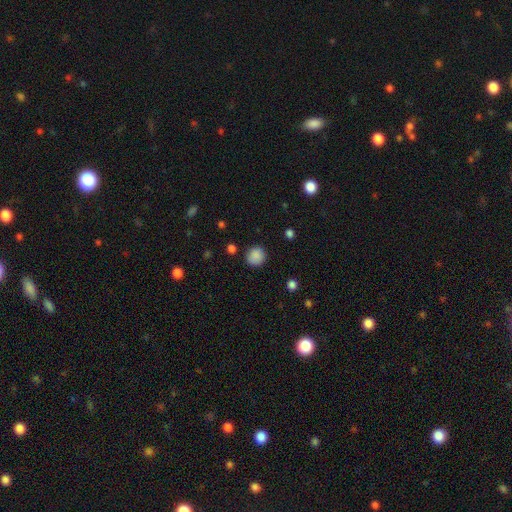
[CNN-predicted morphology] This is clearly a smooth galaxy (87%). How rounded: clearly round (91%). Merging: clearly none (89%).